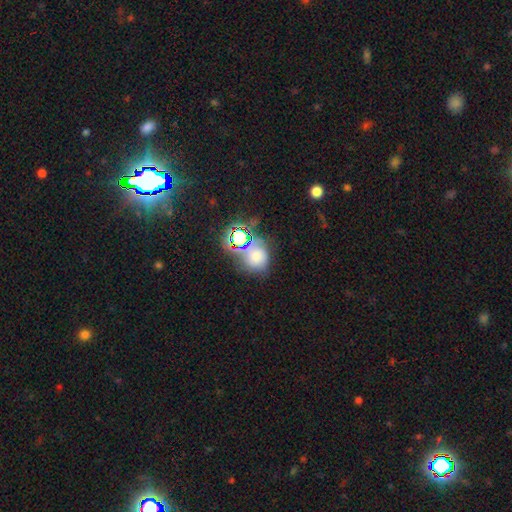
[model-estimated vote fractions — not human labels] A smooth galaxy with no disk features (53%) that is round (69%). Merging: none (56%).